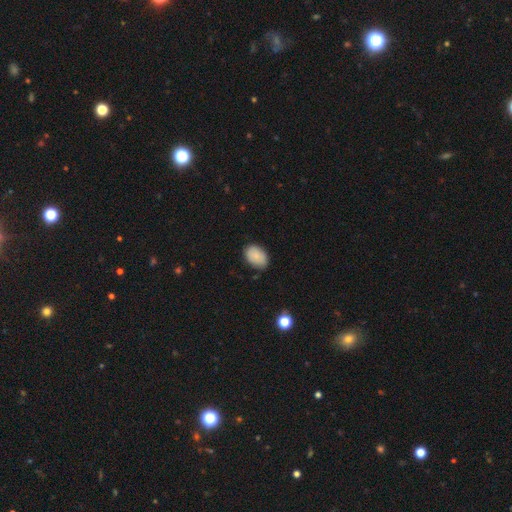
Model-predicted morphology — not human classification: The model was most divided on "merging": none: 78%, minor disturbance: 17%, major disturbance: 3%, merger: 1%. More confident: how rounded — in between (87%); smooth or featured — smooth (87%).